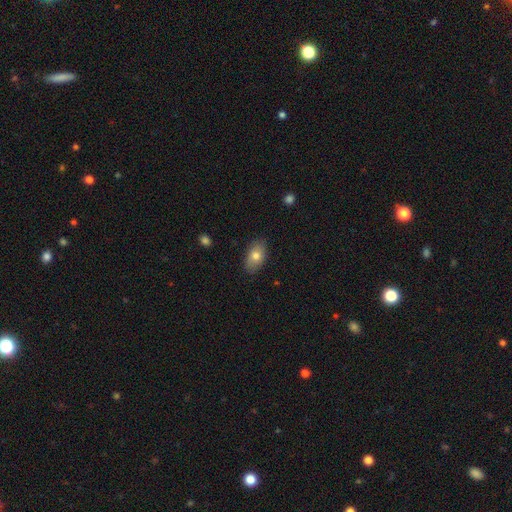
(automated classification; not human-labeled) smooth-or-featured: smooth: 77% | featured or disk: 16% | star or artifact: 7%
  how-rounded: in between: 90% | round: 8% | cigar-shaped: 2%
  merging: none: 84% | minor disturbance: 12% | major disturbance: 2% | merger: 1%